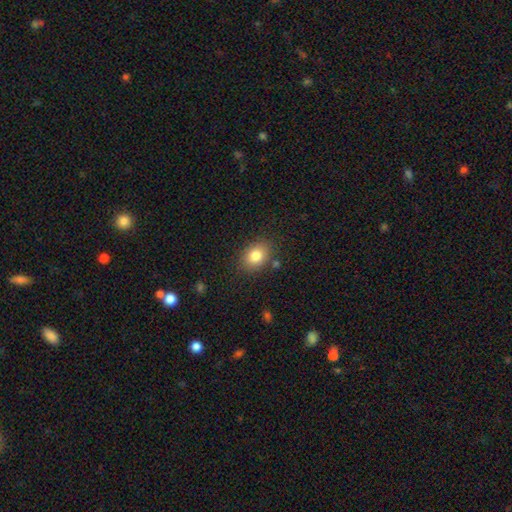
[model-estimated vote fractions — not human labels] Morphology: type=smooth (82%); roundness=in between (61%); merging=none (82%).